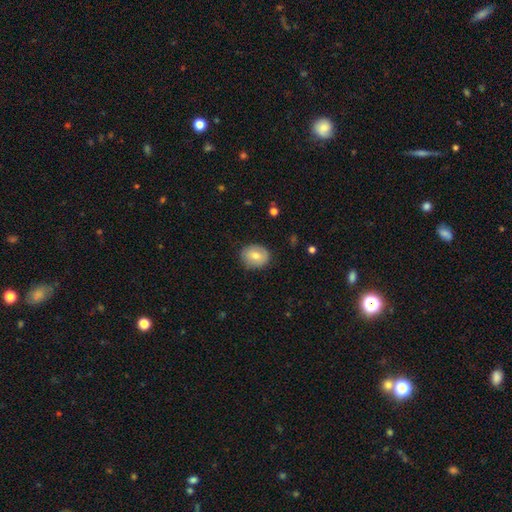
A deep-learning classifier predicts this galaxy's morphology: A smooth galaxy with no disk features (71%) that is round (55%). Merging: none (84%).